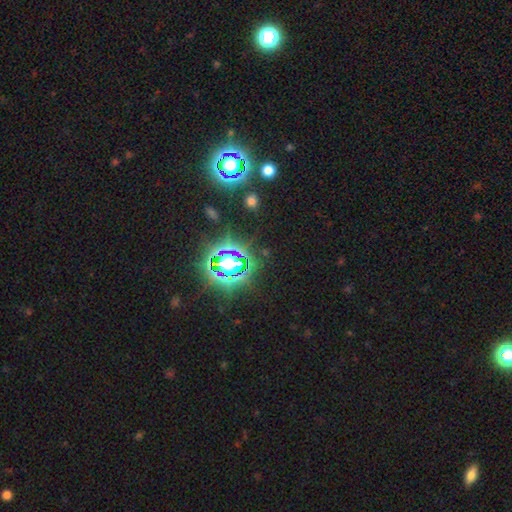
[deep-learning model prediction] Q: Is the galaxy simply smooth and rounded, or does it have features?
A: star or artifact — 77%.